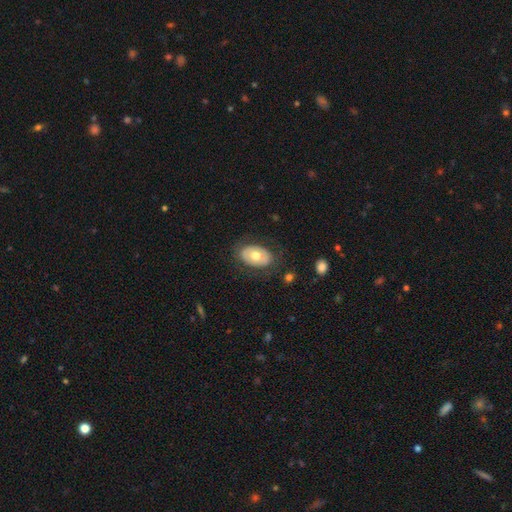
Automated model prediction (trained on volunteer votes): Smooth or featured? Predicted: smooth (p=0.60). How rounded? Predicted: in between (p=0.89). Merging? Predicted: none (p=0.78).